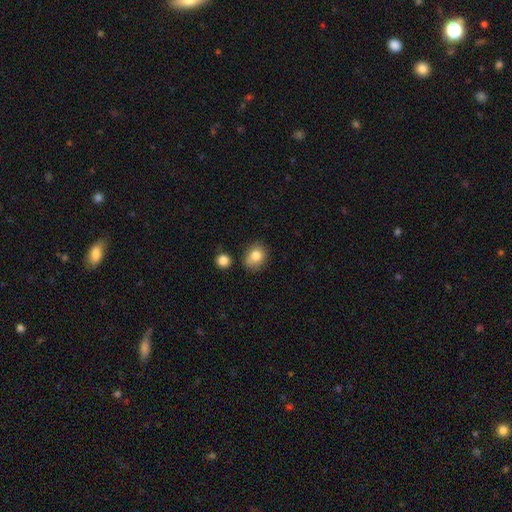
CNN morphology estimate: Overall: smooth (82%). How rounded: round (58%; in between 41%). Merging: none (71%).